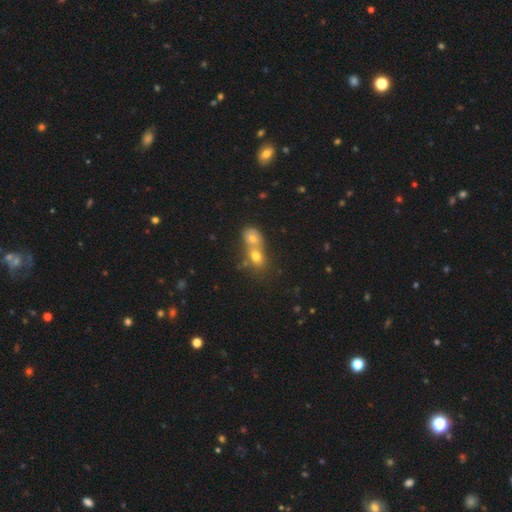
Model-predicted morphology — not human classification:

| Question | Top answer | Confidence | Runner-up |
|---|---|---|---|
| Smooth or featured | smooth | 58% | star or artifact (24%) |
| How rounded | round | 67% | in between (30%) |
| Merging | merger | 63% | none (29%) |